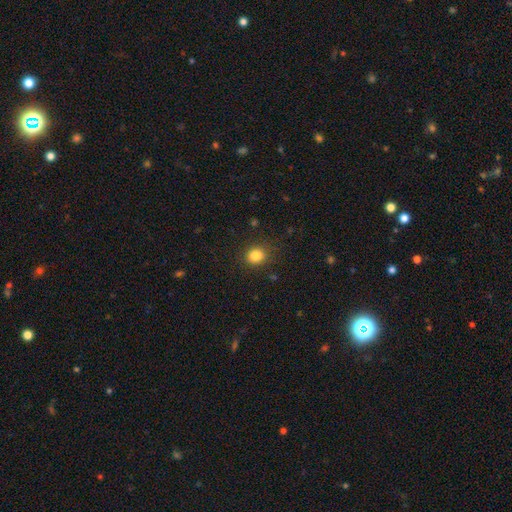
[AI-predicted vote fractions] Smooth or featured? smooth (84%)
How rounded? round (76%)
Merging? none (86%)